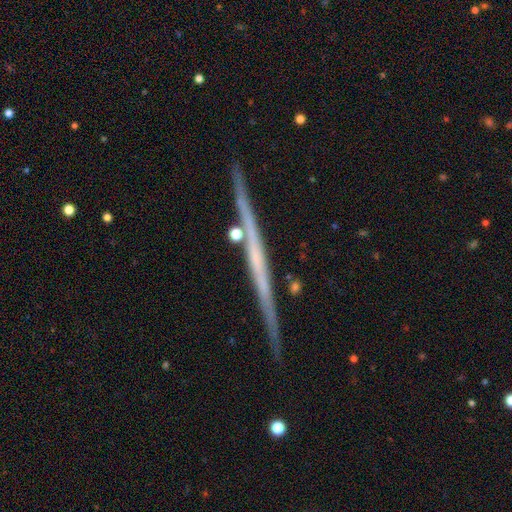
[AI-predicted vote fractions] Smooth or featured? Predicted: featured or disk (p=0.74). Edge-on disk? Predicted: yes (p=0.97). Edge-on bulge? Predicted: none (p=0.79). Merging? Predicted: none (p=0.85).